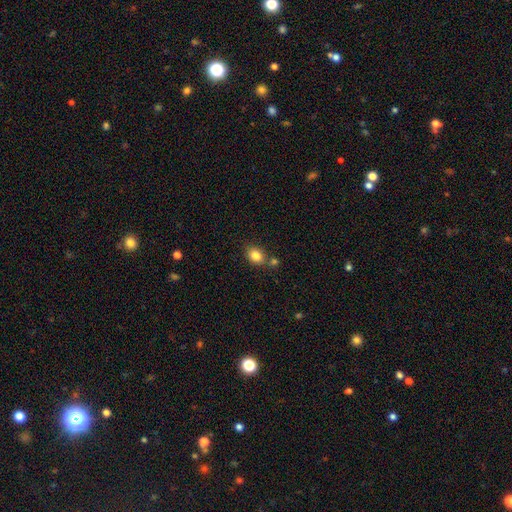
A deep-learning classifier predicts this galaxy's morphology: smooth 84%, star or artifact 10%, featured or disk 7%. Down the decision tree: how rounded — in between (65%); merging — none (67%).